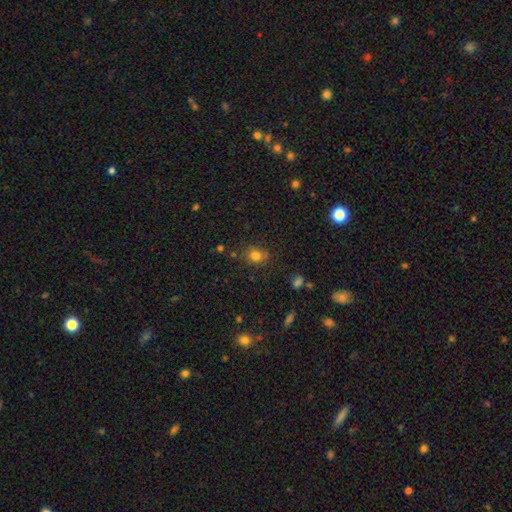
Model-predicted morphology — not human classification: smooth_or_featured: smooth (p=0.78) [alt: star or artifact p=0.14]
how_rounded: round (p=0.57) [alt: in between p=0.42]
merging: none (p=0.75) [alt: minor disturbance p=0.17]